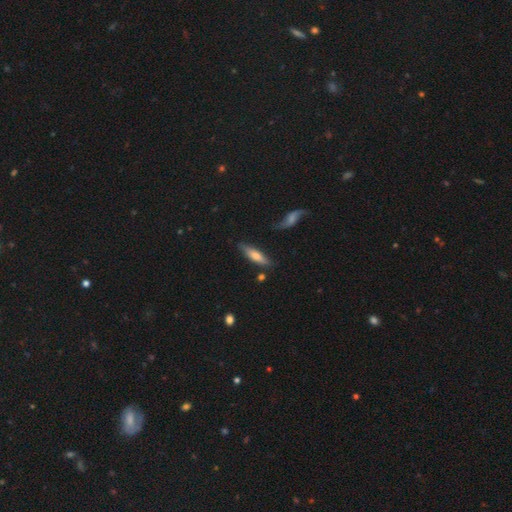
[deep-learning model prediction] A smooth galaxy with no disk features (64%) that is cigar-shaped (65%).

Vote fractions:
- Smooth or featured? smooth: 64% / featured or disk: 30% / star or artifact: 6%
- How rounded? cigar-shaped: 65% / in between: 33% / round: 2%
- Merging? none: 76% / minor disturbance: 16% / merger: 4% / major disturbance: 3%